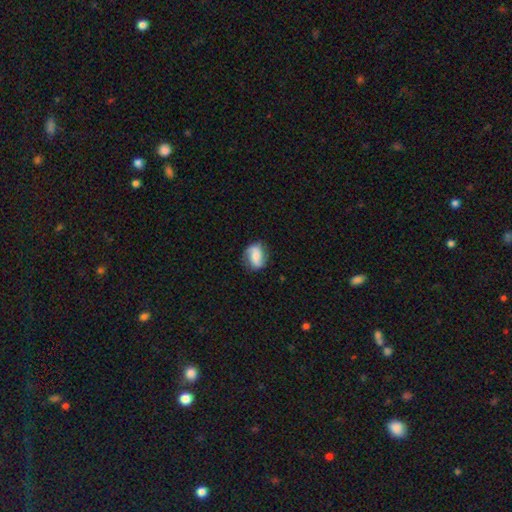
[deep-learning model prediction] Overall: smooth (51%; featured or disk 41%). How rounded: in between (68%; round 29%). Merging: none (71%).